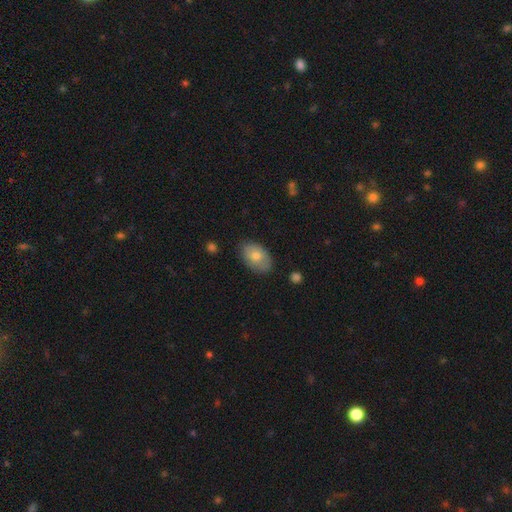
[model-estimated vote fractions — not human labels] This appears to be a smooth galaxy with no disk features (71%) that is in between round and cigar-shaped (88%). Merging: none (77%).